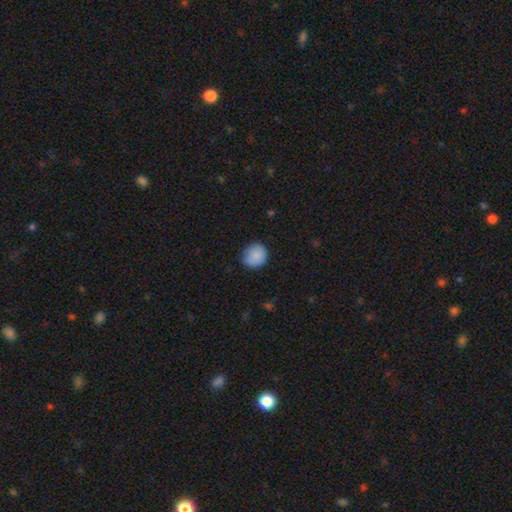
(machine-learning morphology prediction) Smooth or featured? smooth (88%)
How rounded? round (79%)
Merging? none (81%)